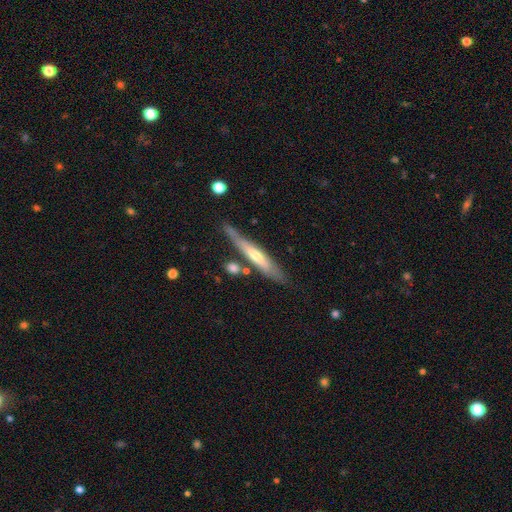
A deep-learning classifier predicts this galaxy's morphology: featured or disk 60%, smooth 35%, star or artifact 6%. Down the decision tree: edge-on disk — yes (87%); edge-on bulge — rounded (55%); merging — none (73%).